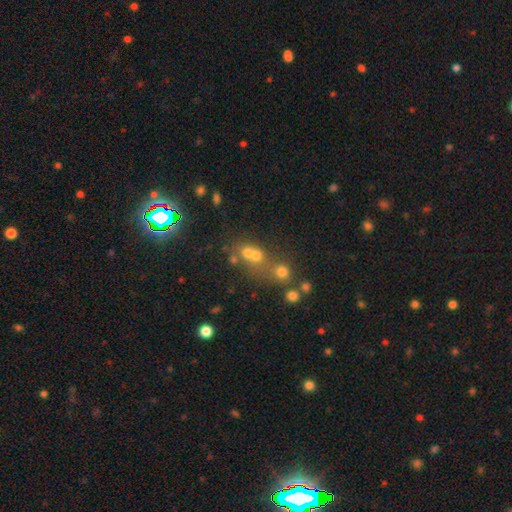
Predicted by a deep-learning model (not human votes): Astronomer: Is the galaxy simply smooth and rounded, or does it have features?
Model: smooth — 50% (runner-up: star or artifact, 32%).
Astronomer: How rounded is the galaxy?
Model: round — 75%.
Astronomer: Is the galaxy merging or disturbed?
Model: merger — 50% (runner-up: none, 37%).